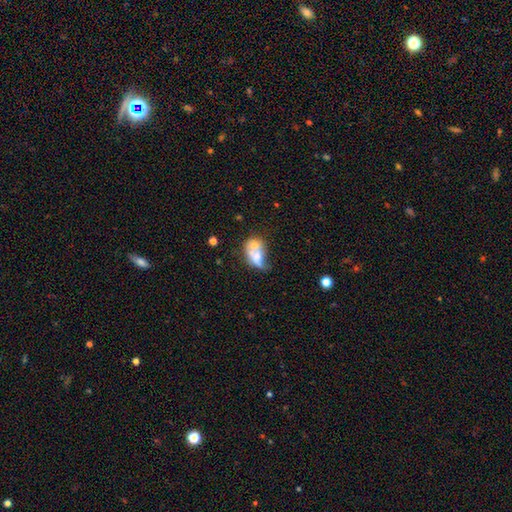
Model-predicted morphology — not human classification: This appears to be a smooth galaxy with no disk features (52%) that is in between round and cigar-shaped (75%). Merging: merger (58%).